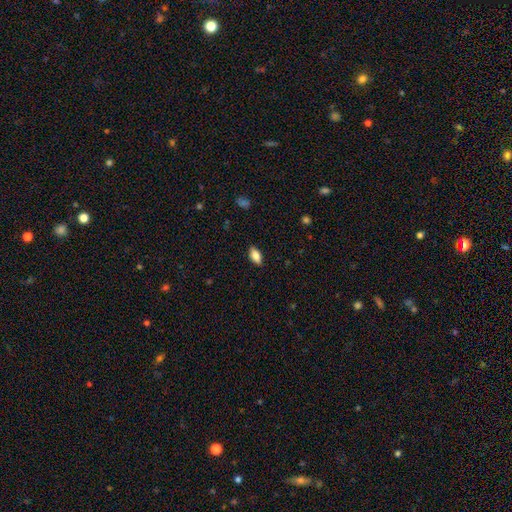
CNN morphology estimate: A smooth galaxy with no disk features (83%) that is in between round and cigar-shaped (90%). Merging: none (88%).